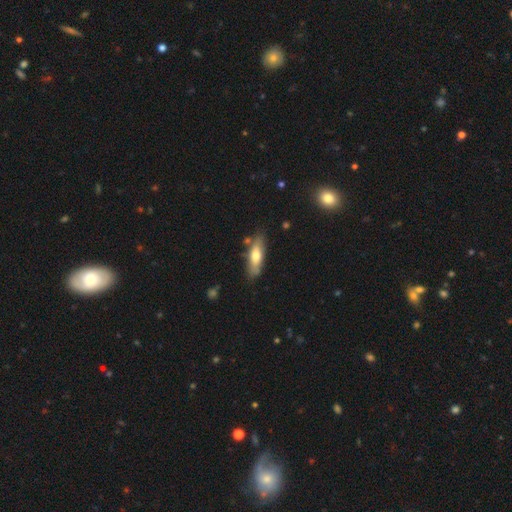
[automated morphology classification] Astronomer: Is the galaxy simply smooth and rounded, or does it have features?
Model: smooth — 61%.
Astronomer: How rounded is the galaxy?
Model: in between — 55% (runner-up: cigar-shaped, 43%).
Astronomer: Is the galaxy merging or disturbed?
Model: none — 73%.